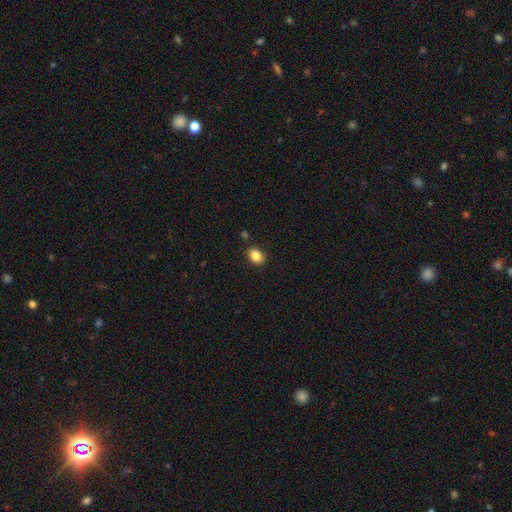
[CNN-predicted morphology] smooth-or-featured: smooth: 86% | star or artifact: 9% | featured or disk: 5%
  how-rounded: in between: 65% | round: 34% | cigar-shaped: 1%
  merging: none: 86% | minor disturbance: 9% | merger: 2% | major disturbance: 2%